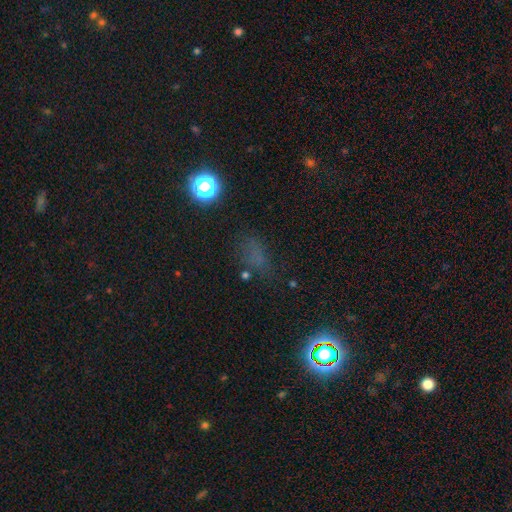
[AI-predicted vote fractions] Overall: smooth (48%; star or artifact 41%). Merging: none (67%).